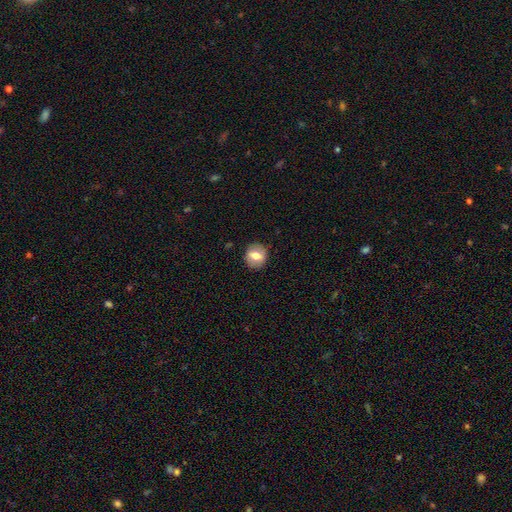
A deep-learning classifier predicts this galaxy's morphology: smooth-or-featured: smooth: 60% | featured or disk: 32% | star or artifact: 8%
  how-rounded: round: 77% | in between: 21% | cigar-shaped: 1%
  merging: none: 86% | minor disturbance: 10% | major disturbance: 3% | merger: 1%